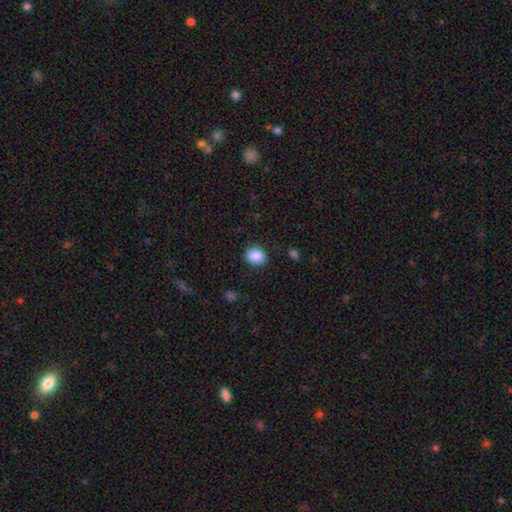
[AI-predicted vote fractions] This appears to be a smooth galaxy with no disk features (88%) that is round (52%). Merging: none (86%).